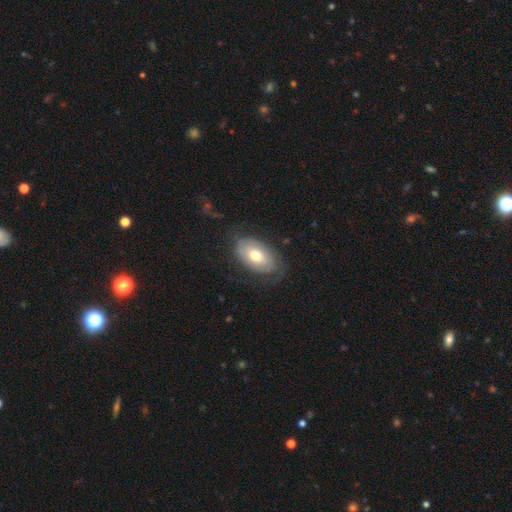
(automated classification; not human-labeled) This appears to be a smooth galaxy with no disk features (47%, tied with featured or disk). Merging: none (69%).